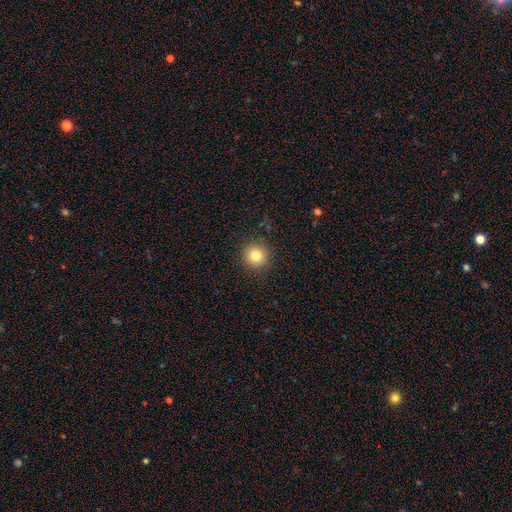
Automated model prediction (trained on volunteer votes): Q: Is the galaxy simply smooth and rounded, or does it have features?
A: smooth — 81%.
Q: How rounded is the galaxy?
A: round — 95%.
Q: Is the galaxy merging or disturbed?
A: none — 90%.